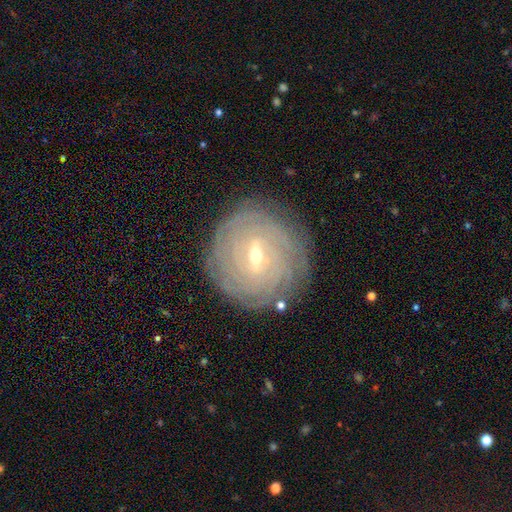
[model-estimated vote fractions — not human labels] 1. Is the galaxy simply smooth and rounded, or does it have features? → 83% featured or disk, 10% smooth, 7% star or artifact.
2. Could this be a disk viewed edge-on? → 96% no, 4% yes.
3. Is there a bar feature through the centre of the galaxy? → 54% weak, 31% strong, 15% no.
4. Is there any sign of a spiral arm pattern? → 94% yes, 6% no.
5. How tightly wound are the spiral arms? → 89% tight, 9% medium, 2% loose.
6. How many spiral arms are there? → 37% can't tell, 21% 4, 18% more than 4, 10% 3, 9% 2, 6% 1.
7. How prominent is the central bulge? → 59% small, 38% moderate, 1% large, 1% none, 1% dominant.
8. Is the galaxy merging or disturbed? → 87% none, 9% minor disturbance, 3% major disturbance, 1% merger.